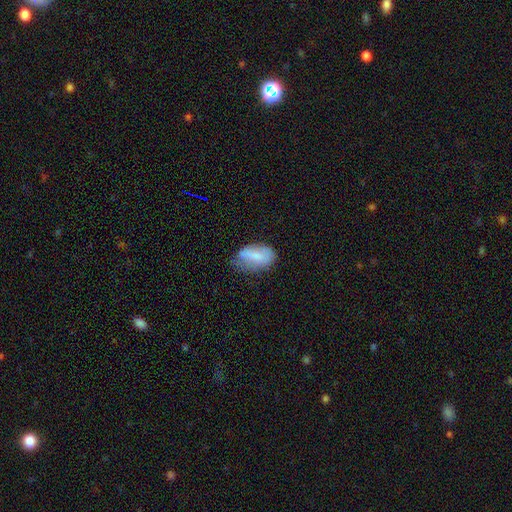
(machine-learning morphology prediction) Smooth or featured? Predicted: smooth (p=0.73). How rounded? Predicted: in between (p=0.92). Merging? Predicted: none (p=0.44).